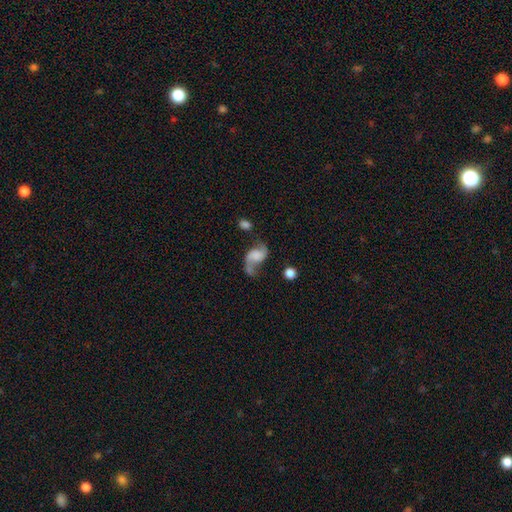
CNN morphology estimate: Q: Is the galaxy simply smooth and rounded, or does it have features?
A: featured or disk — 74%.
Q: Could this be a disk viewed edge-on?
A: no — 98%.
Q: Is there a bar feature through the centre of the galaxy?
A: no — 60%.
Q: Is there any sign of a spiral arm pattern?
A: yes — 93%.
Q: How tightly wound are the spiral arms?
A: loose — 76%.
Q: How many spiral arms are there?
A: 2 — 88%.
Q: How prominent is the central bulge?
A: none — 55%.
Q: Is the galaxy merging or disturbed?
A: none — 48%.